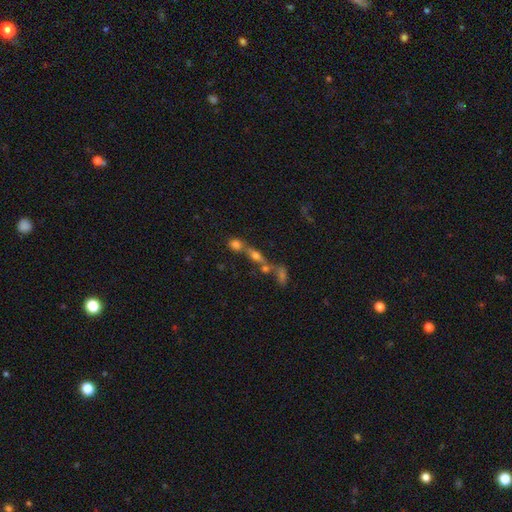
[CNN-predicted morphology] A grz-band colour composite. It shows a smooth galaxy with no disk features (42%). Merging: merger (48%).